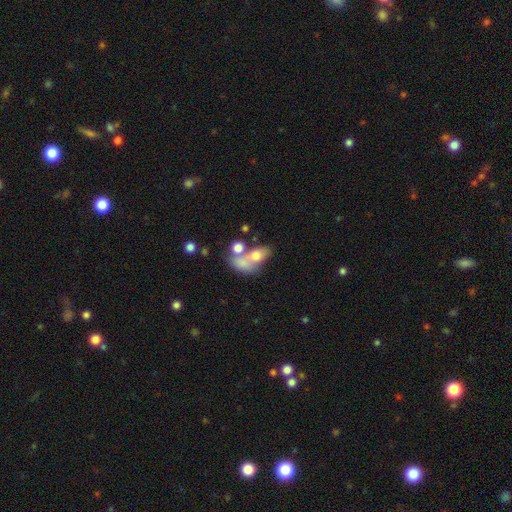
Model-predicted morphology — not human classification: smooth_or_featured: smooth (p=0.65) [alt: featured or disk p=0.24]
how_rounded: in between (p=0.78) [alt: round p=0.19]
merging: merger (p=0.53) [alt: none p=0.24]